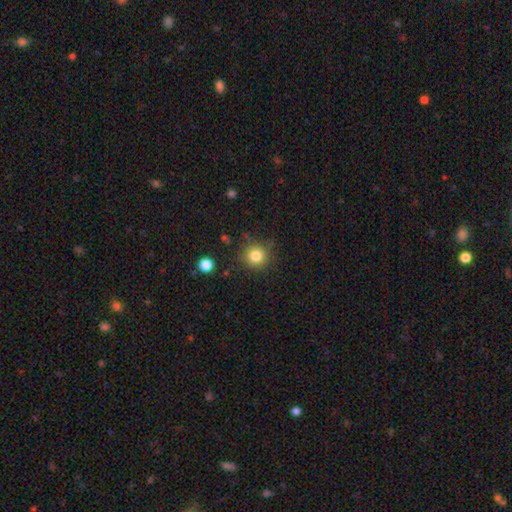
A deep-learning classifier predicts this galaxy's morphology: Smooth or featured: smooth — 81% (star or artifact — 12%)
How rounded: round — 92% (in between — 7%)
Merging: none — 82% (minor disturbance — 11%)